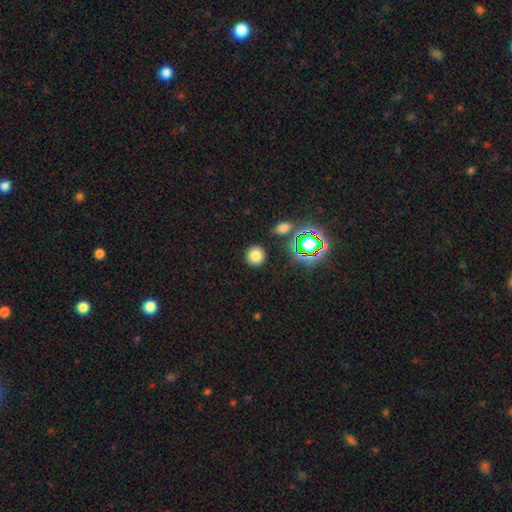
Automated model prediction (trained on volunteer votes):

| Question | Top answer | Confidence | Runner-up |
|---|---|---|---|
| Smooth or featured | smooth | 77% | star or artifact (17%) |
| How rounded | round | 92% | in between (7%) |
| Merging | none | 89% | minor disturbance (7%) |